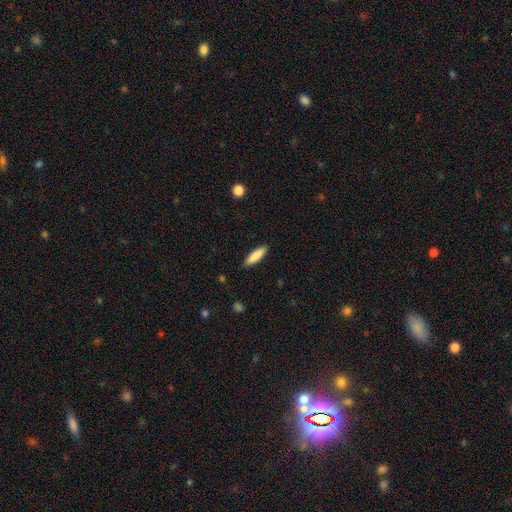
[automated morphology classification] Smooth or featured?
  - smooth: 85% *
  - featured or disk: 9%
  - star or artifact: 6%
How rounded?
  - cigar-shaped: 66% *
  - in between: 33%
  - round: 1%
Merging?
  - none: 89% *
  - minor disturbance: 8%
  - major disturbance: 2%
  - merger: 1%